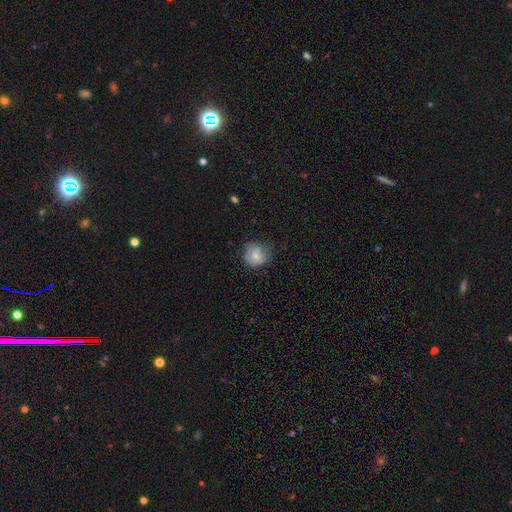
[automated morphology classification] The model was most divided on "merging": none: 56%, minor disturbance: 30%, major disturbance: 11%, merger: 3%. More confident: how rounded — round (78%); smooth or featured — smooth (70%).